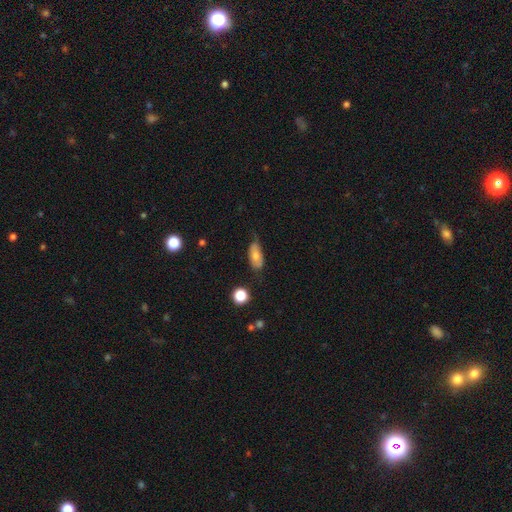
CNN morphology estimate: A smooth galaxy with no disk features (69%) that is in between round and cigar-shaped (85%).

Vote fractions:
- Smooth or featured? smooth: 69% / featured or disk: 23% / star or artifact: 8%
- How rounded? in between: 85% / cigar-shaped: 11% / round: 4%
- Merging? none: 51% / minor disturbance: 36% / major disturbance: 10% / merger: 2%